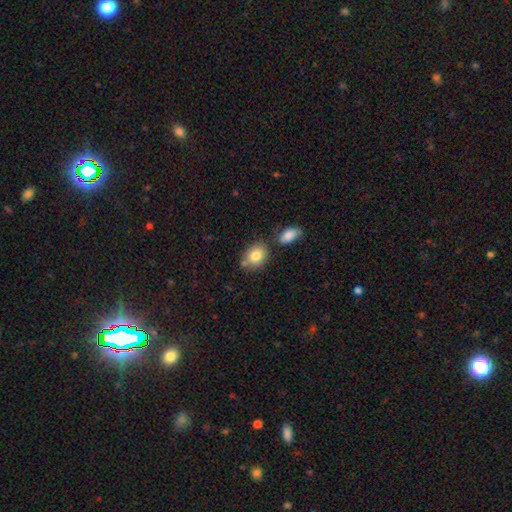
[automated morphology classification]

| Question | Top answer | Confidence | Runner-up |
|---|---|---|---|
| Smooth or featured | smooth | 82% | featured or disk (10%) |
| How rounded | in between | 53% | round (46%) |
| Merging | none | 66% | merger (17%) |